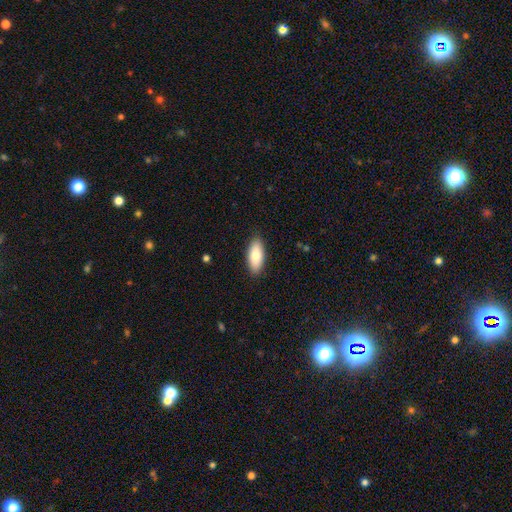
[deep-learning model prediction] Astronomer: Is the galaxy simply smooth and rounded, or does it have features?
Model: smooth — 81%.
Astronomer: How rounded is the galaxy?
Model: in between — 85%.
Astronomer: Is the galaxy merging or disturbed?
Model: none — 88%.